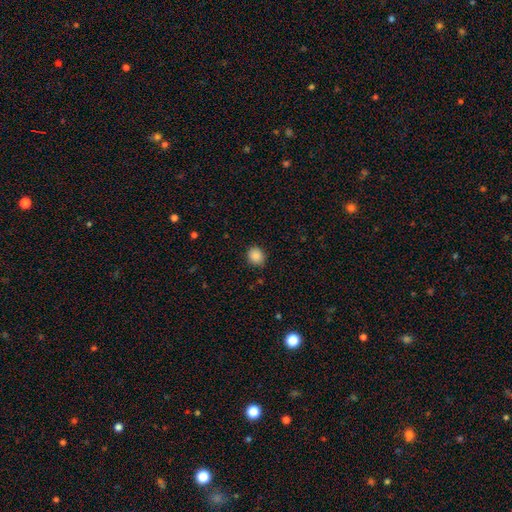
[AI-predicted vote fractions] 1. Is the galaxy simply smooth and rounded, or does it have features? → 87% smooth, 9% star or artifact, 4% featured or disk.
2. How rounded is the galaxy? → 69% round, 31% in between, 1% cigar-shaped.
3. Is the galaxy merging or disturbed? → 87% none, 9% minor disturbance, 2% major disturbance, 1% merger.